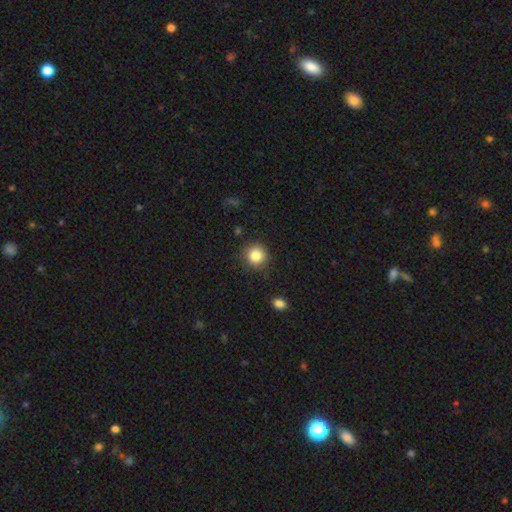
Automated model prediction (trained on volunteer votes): Morphology: type=smooth (84%); roundness=round (91%); merging=none (84%).